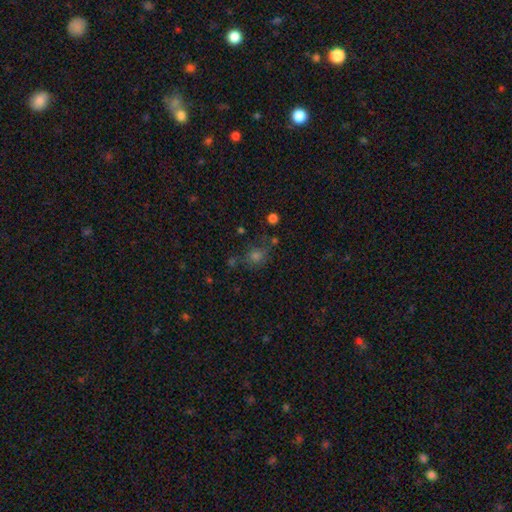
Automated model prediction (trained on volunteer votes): Smooth or featured: smooth — 57% (star or artifact — 32%)
How rounded: round — 76% (in between — 23%)
Merging: none — 66% (minor disturbance — 16%)